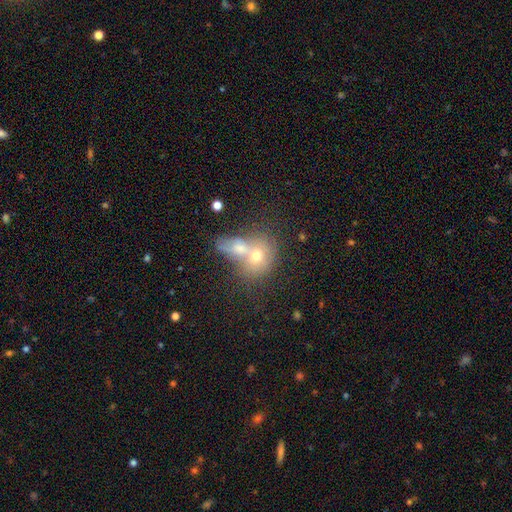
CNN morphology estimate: smooth_or_featured: smooth (p=0.64) [alt: featured or disk p=0.26]
how_rounded: round (p=0.53) [alt: in between p=0.45]
merging: merger (p=0.66) [alt: none p=0.22]